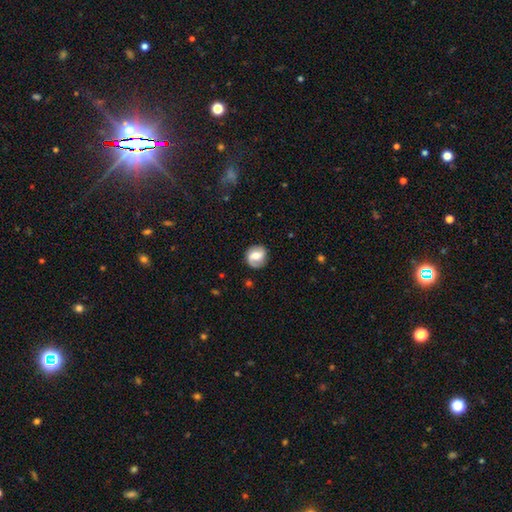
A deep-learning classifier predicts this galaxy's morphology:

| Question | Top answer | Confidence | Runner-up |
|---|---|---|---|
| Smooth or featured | featured or disk | 54% | smooth (38%) |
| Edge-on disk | no | 97% | yes (3%) |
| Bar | weak | 47% | no (30%) |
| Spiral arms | yes | 84% | no (16%) |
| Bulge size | moderate | 58% | large (21%) |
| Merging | none | 79% | minor disturbance (14%) |